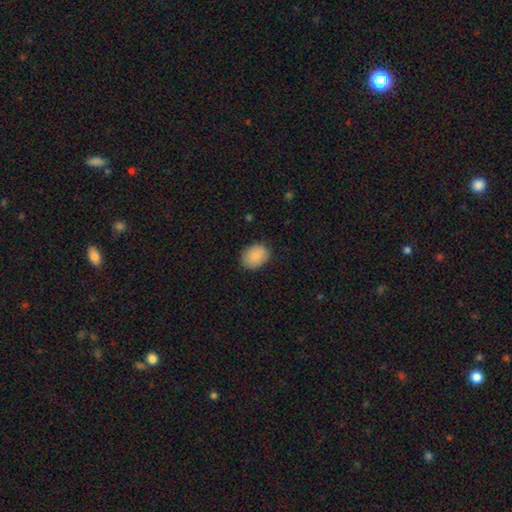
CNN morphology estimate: Smooth or featured?
  - smooth: 89% *
  - star or artifact: 7%
  - featured or disk: 4%
How rounded?
  - in between: 60% *
  - round: 39%
  - cigar-shaped: 1%
Merging?
  - none: 84% *
  - minor disturbance: 12%
  - major disturbance: 3%
  - merger: 1%